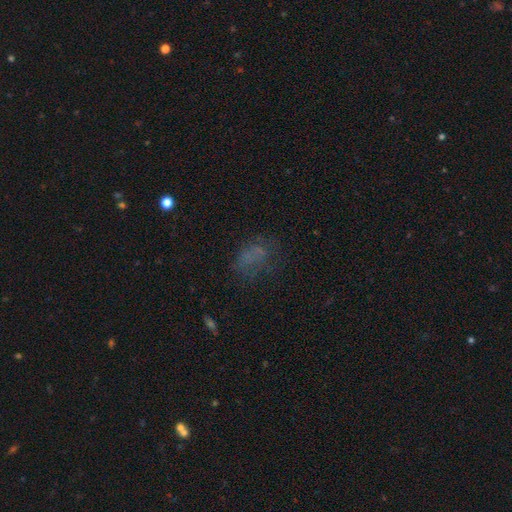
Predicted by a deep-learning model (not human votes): This is possibly a smooth galaxy (52%). How rounded: likely in between (77%). Merging: possibly none (54%).